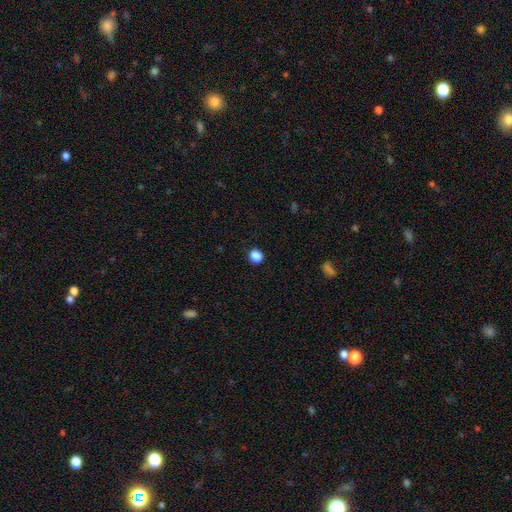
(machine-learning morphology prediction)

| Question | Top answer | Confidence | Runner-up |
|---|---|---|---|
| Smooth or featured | smooth | 87% | star or artifact (10%) |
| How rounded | round | 78% | in between (21%) |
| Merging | none | 89% | minor disturbance (8%) |